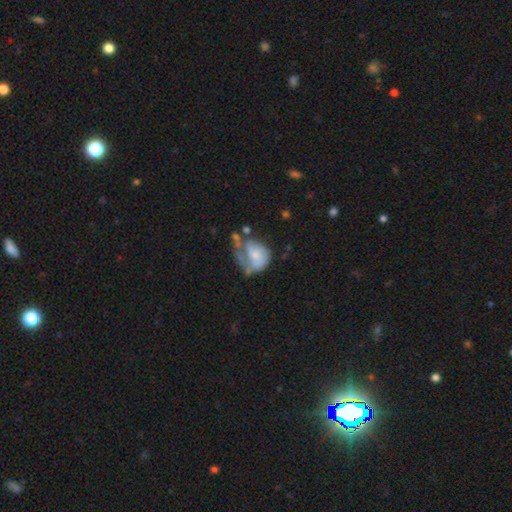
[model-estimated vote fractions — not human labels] Smooth or featured?
  - featured or disk: 52% *
  - smooth: 41%
  - star or artifact: 8%
Edge-on disk?
  - no: 98% *
  - yes: 2%
Bar?
  - no: 72% *
  - weak: 24%
  - strong: 4%
Spiral arms?
  - yes: 63% *
  - no: 37%
Bulge size?
  - small: 39% *
  - moderate: 28%
  - none: 25%
  - large: 6%
  - dominant: 2%
Merging?
  - major disturbance: 43% *
  - none: 24%
  - minor disturbance: 23%
  - merger: 10%